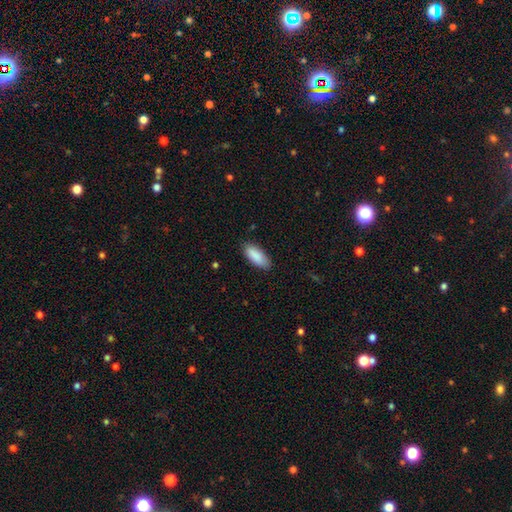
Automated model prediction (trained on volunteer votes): Smooth or featured?
  - smooth: 89% *
  - star or artifact: 6%
  - featured or disk: 5%
How rounded?
  - in between: 82% *
  - cigar-shaped: 16%
  - round: 2%
Merging?
  - none: 85% *
  - minor disturbance: 12%
  - major disturbance: 2%
  - merger: 1%